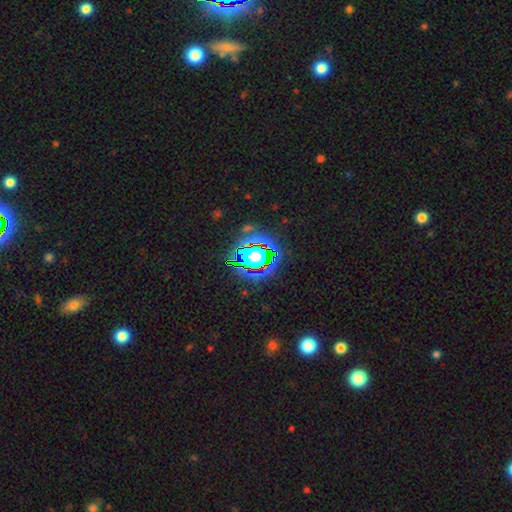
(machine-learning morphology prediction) Smooth or featured?
  - star or artifact: 62% *
  - smooth: 23%
  - featured or disk: 14%